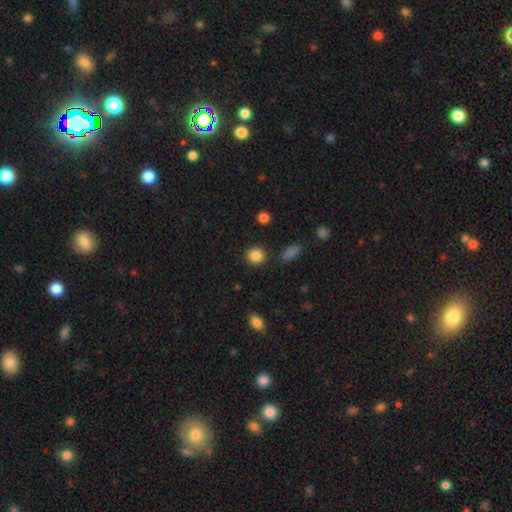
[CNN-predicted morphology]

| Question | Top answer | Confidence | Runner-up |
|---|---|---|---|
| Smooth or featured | smooth | 86% | star or artifact (10%) |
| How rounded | round | 88% | in between (11%) |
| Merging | none | 88% | minor disturbance (6%) |